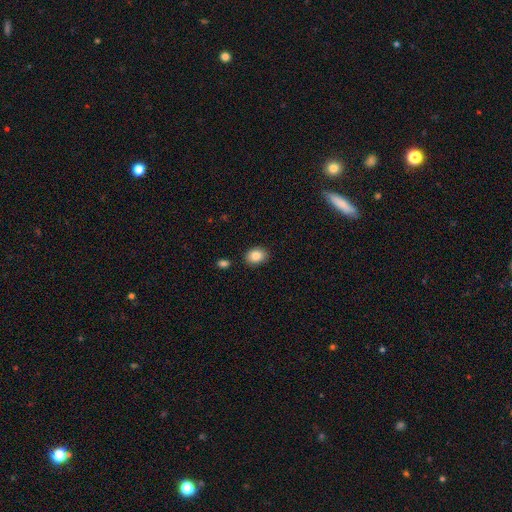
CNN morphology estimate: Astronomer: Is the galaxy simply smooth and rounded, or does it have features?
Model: smooth — 87%.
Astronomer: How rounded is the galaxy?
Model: in between — 64%.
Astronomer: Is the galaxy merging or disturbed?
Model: none — 86%.